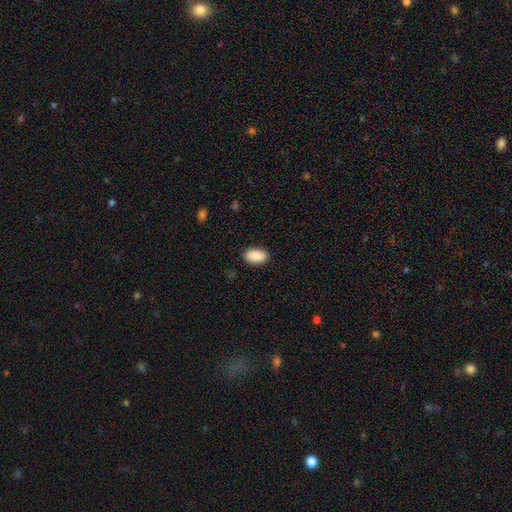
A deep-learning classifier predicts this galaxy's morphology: A smooth galaxy with no disk features (89%) that is in between round and cigar-shaped (94%). Merging: none (88%).